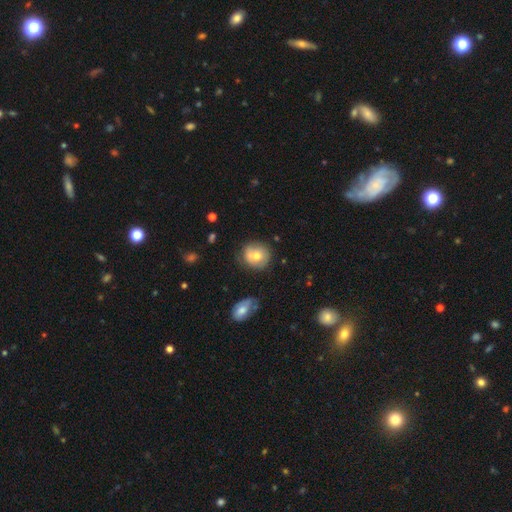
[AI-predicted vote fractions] This is likely a smooth galaxy (62%). How rounded: clearly round (83%). Merging: possibly none (57%).